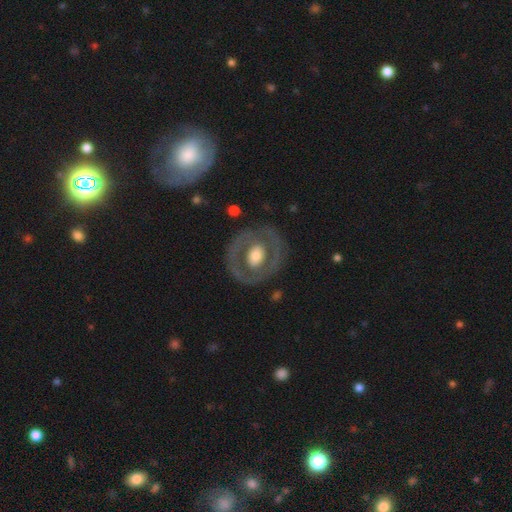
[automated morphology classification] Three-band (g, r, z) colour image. It shows a featured or disk galaxy (61%) with no bar (77%), no spiral arms (80%) and a moderate central bulge (50%). Merging: none (78%).